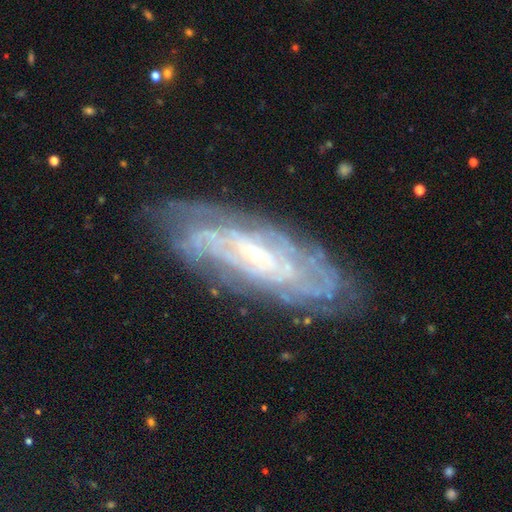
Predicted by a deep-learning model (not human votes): A featured or disk galaxy (84%) with no bar (56%), tight (77%) spiral arms (93%) and a small central bulge (79%). Merging: none (79%).